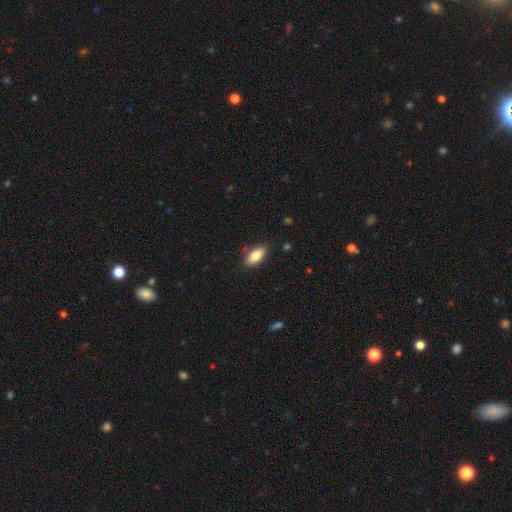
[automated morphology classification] Q: Smooth or featured?
A: smooth (83%); runner-up: featured or disk (10%)
Q: How rounded?
A: in between (89%); runner-up: cigar-shaped (8%)
Q: Merging?
A: none (85%); runner-up: minor disturbance (11%)